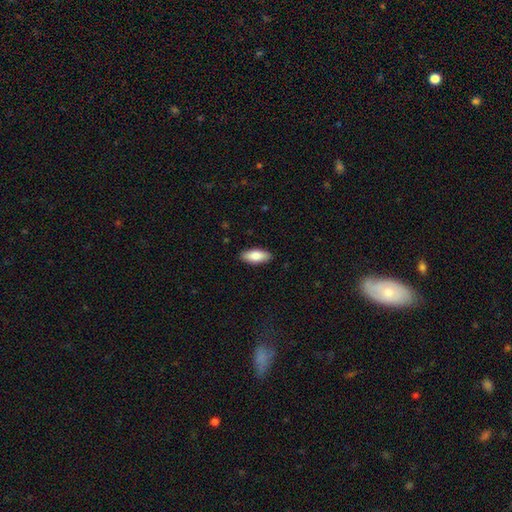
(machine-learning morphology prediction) A smooth galaxy with no disk features (83%) that is in between round and cigar-shaped (85%). Merging: none (89%).